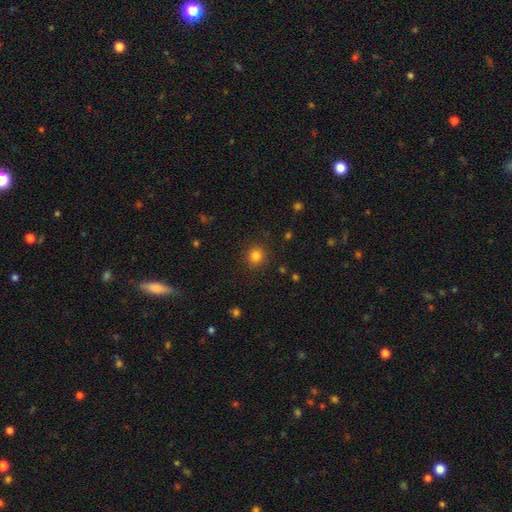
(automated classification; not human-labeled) The model was most divided on "smooth or featured": smooth: 82%, star or artifact: 13%, featured or disk: 5%. More confident: merging — none (90%); how rounded — round (90%).